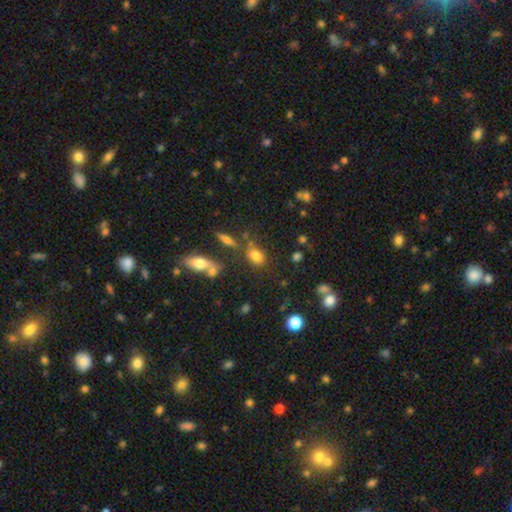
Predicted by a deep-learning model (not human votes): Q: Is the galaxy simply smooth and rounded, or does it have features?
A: smooth — 76%.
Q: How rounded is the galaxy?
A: in between — 64%.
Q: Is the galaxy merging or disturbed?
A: none — 68%.